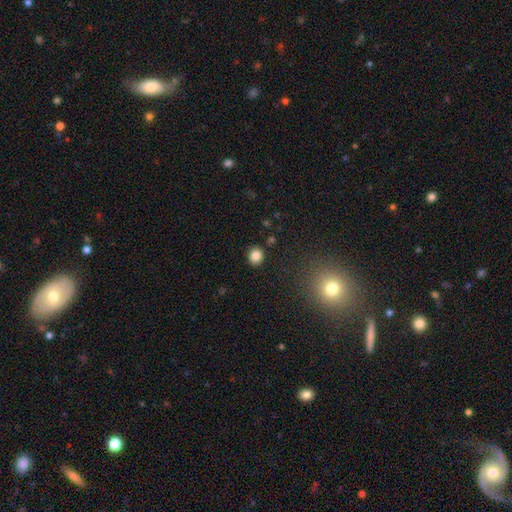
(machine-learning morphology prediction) Overall: smooth (84%). How rounded: round (77%). Merging: none (89%).